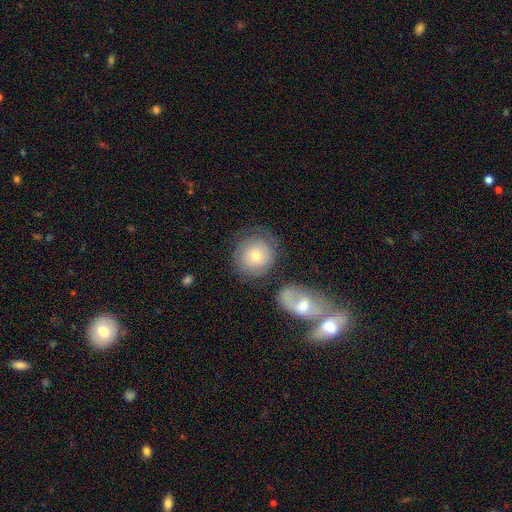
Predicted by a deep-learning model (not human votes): smooth_or_featured: smooth (p=0.67) [alt: featured or disk p=0.25]
how_rounded: round (p=0.88) [alt: in between p=0.11]
merging: none (p=0.66) [alt: minor disturbance p=0.15]